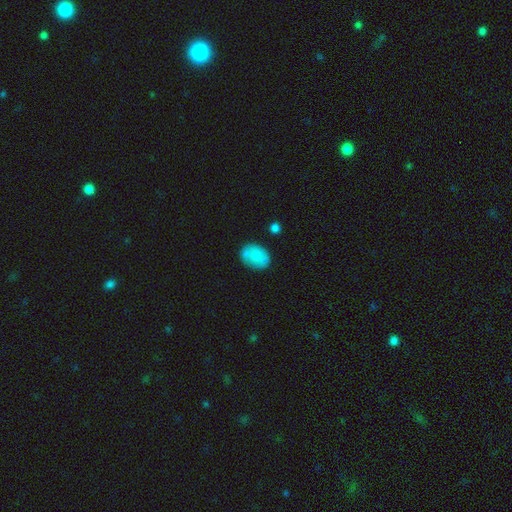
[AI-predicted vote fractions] The model was most divided on "how rounded": in between: 67%, round: 32%, cigar-shaped: 1%. More confident: smooth or featured — smooth (75%); merging — none (64%).